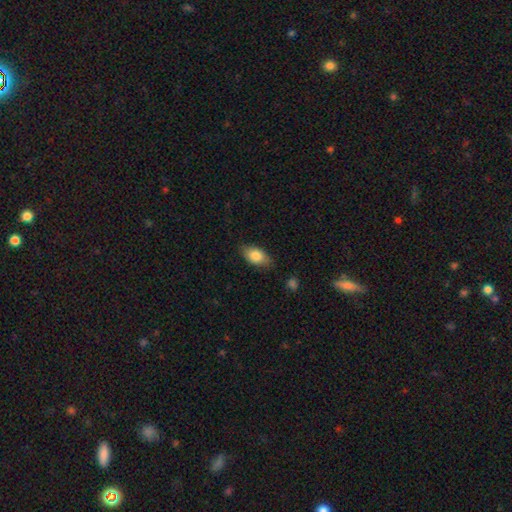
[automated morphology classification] Q: Smooth or featured?
A: smooth (83%); runner-up: featured or disk (10%)
Q: How rounded?
A: in between (91%); runner-up: round (6%)
Q: Merging?
A: none (79%); runner-up: minor disturbance (16%)